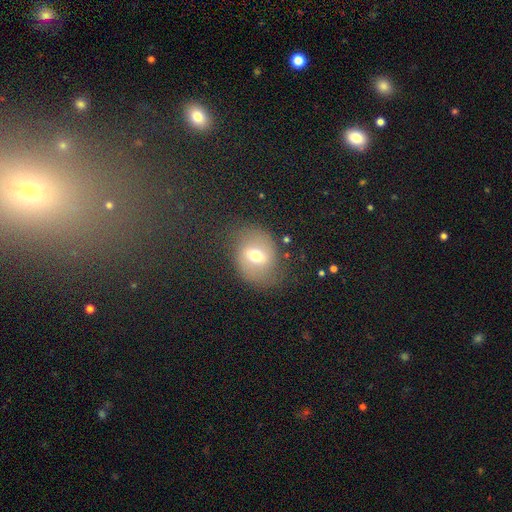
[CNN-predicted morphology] Q: Smooth or featured?
A: smooth (47%); runner-up: featured or disk (43%)
Q: Merging?
A: none (70%); runner-up: minor disturbance (17%)